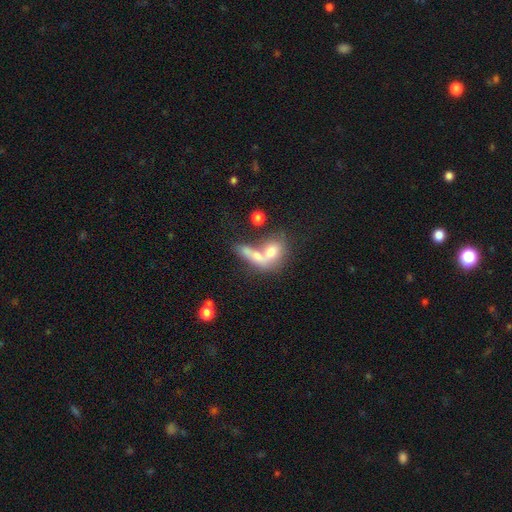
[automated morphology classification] The model was most divided on "smooth or featured": smooth: 64%, featured or disk: 26%, star or artifact: 9%. More confident: merging — merger (66%); how rounded — in between (60%).